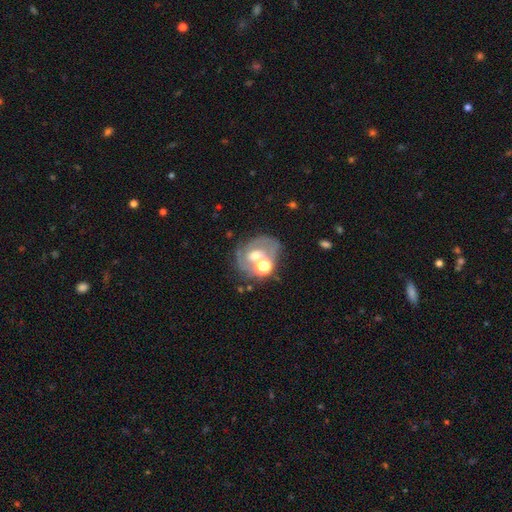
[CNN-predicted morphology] smooth_or_featured: featured or disk (p=0.55) [alt: smooth p=0.30]
disk_edge_on: no (p=0.97) [alt: yes p=0.03]
bar: no (p=0.67) [alt: weak p=0.23]
has_spiral_arms: yes (p=0.51) [alt: no p=0.49]
bulge_size: moderate (p=0.60) [alt: small p=0.17]
merging: none (p=0.43) [alt: merger p=0.30]